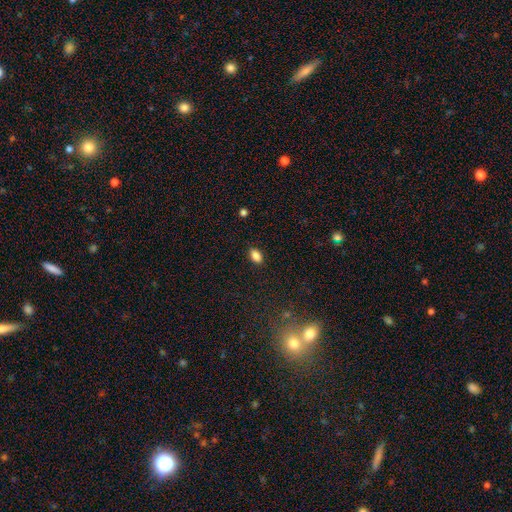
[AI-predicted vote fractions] Smooth or featured: smooth — 86% (star or artifact — 9%)
How rounded: in between — 90% (round — 8%)
Merging: none — 88% (minor disturbance — 9%)